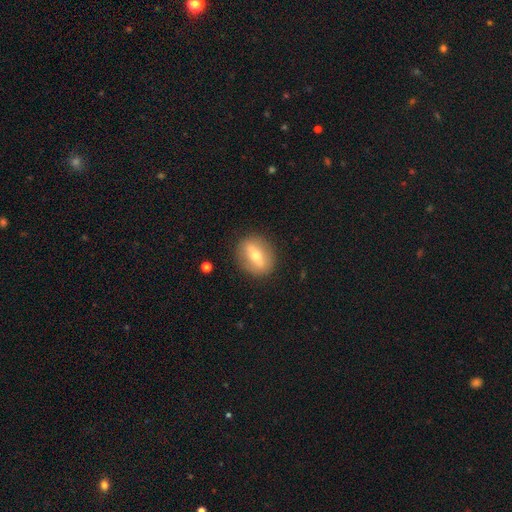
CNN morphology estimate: A featured or disk galaxy (54%).

Vote fractions:
- Smooth or featured? featured or disk: 54% / smooth: 39% / star or artifact: 7%
- Edge-on disk? no: 60% / yes: 40%
- Merging? none: 87% / minor disturbance: 8% / major disturbance: 3% / merger: 1%